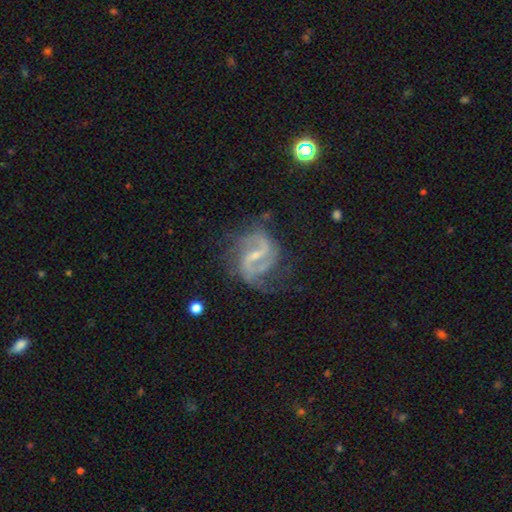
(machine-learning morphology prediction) Smooth or featured? featured or disk (90%)
Edge-on disk? no (98%)
Bar? weak (44%)
Spiral arms? yes (97%)
Spiral winding? medium (51%)
Spiral arm count? 2 (83%)
Bulge size? small (68%)
Merging? none (61%)